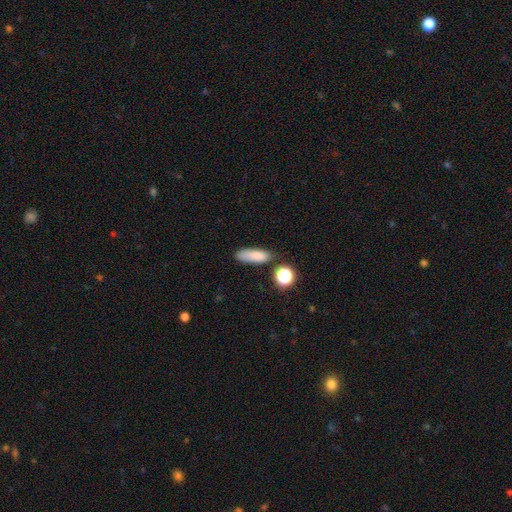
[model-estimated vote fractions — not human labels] smooth_or_featured: smooth (p=0.81) [alt: star or artifact p=0.11]
how_rounded: in between (p=0.53) [alt: cigar-shaped p=0.41]
merging: none (p=0.71) [alt: minor disturbance p=0.16]